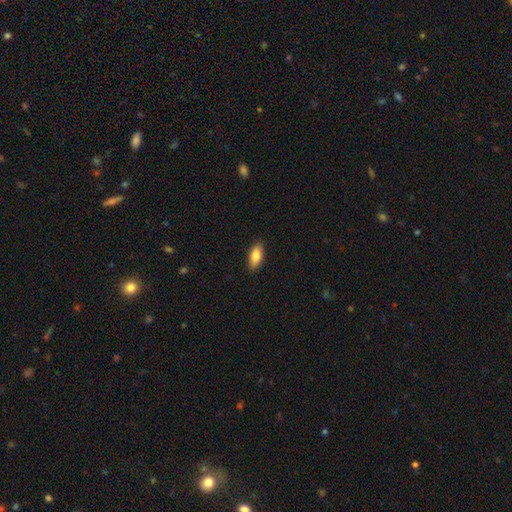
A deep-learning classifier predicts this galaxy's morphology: This appears to be a smooth galaxy with no disk features (84%) that is in between round and cigar-shaped (85%). Merging: none (89%).